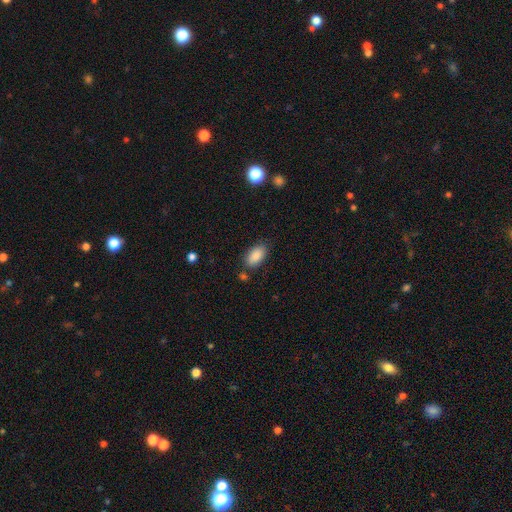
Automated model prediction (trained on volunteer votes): Q: Smooth or featured?
A: smooth (88%); runner-up: star or artifact (7%)
Q: How rounded?
A: in between (93%); runner-up: round (4%)
Q: Merging?
A: none (78%); runner-up: minor disturbance (14%)